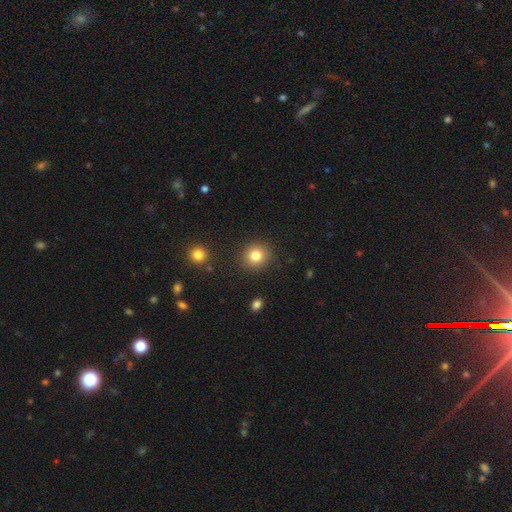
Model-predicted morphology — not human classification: Q: Smooth or featured?
A: smooth (82%); runner-up: star or artifact (11%)
Q: How rounded?
A: round (85%); runner-up: in between (14%)
Q: Merging?
A: none (89%); runner-up: minor disturbance (7%)